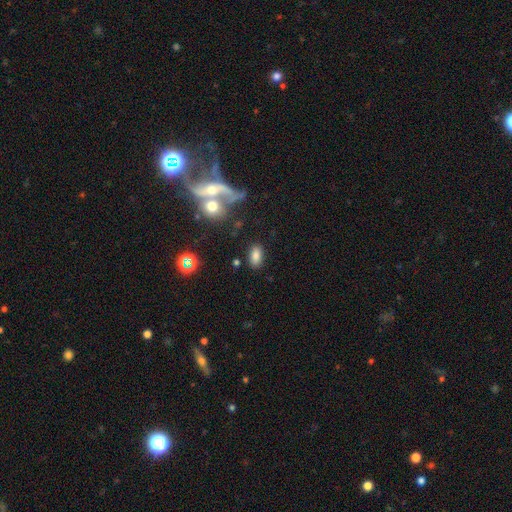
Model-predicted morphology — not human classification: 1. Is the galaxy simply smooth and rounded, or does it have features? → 79% smooth, 12% star or artifact, 9% featured or disk.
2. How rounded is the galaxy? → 91% in between, 6% round, 3% cigar-shaped.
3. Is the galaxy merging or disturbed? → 81% none, 10% minor disturbance, 5% merger, 4% major disturbance.